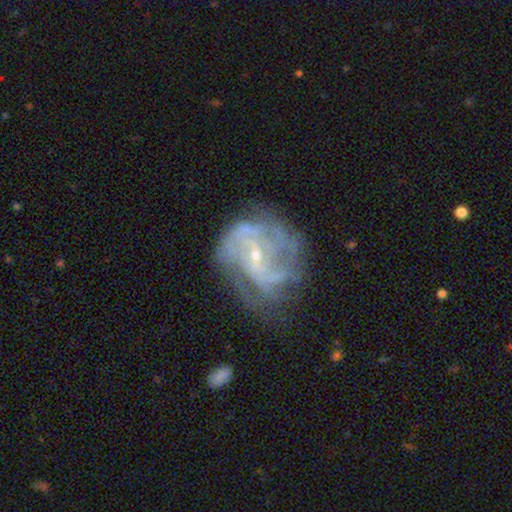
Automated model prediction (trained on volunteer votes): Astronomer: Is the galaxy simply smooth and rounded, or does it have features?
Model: featured or disk — 82%.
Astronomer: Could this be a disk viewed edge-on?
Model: no — 97%.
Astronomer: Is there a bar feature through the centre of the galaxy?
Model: weak — 44% (runner-up: no, 41%).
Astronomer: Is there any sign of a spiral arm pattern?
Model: yes — 87%.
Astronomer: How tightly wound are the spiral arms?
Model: medium — 42% (runner-up: tight, 41%).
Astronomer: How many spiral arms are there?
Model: can't tell — 36% (runner-up: 2, 23%).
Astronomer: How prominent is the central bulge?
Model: small — 77%.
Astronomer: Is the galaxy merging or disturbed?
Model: none — 52%.